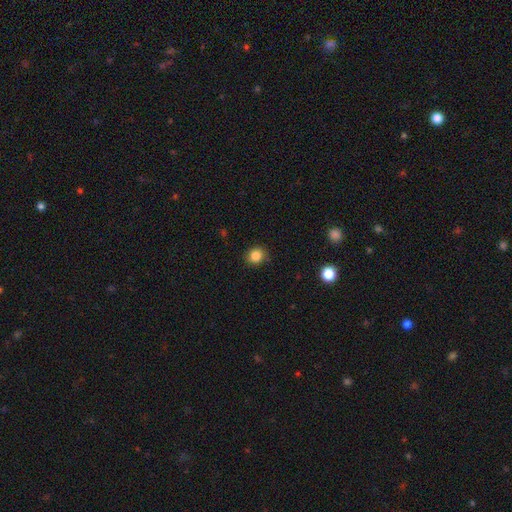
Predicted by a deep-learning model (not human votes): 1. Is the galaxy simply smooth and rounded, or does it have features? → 85% smooth, 11% star or artifact, 4% featured or disk.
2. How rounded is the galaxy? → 82% round, 17% in between, 1% cigar-shaped.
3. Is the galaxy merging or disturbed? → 86% none, 10% minor disturbance, 2% major disturbance, 1% merger.